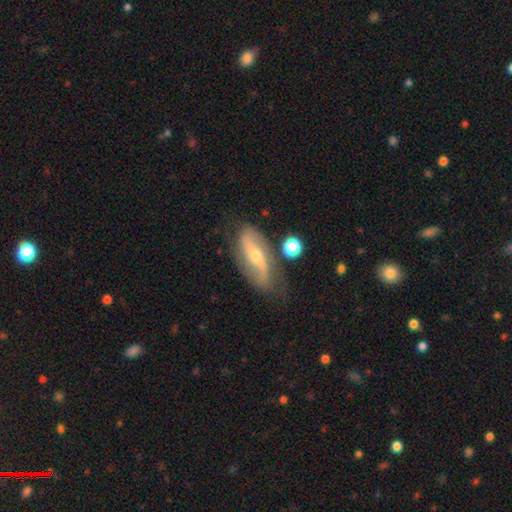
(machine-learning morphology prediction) Smooth or featured: featured or disk — 77% (smooth — 17%)
Edge-on disk: no — 88% (yes — 12%)
Bar: no — 36% (strong — 35%)
Spiral arms: yes — 89% (no — 11%)
Spiral winding: loose — 58% (medium — 29%)
Spiral arm count: 2 — 87% (can't tell — 7%)
Bulge size: small — 54% (moderate — 42%)
Merging: none — 67% (minor disturbance — 21%)